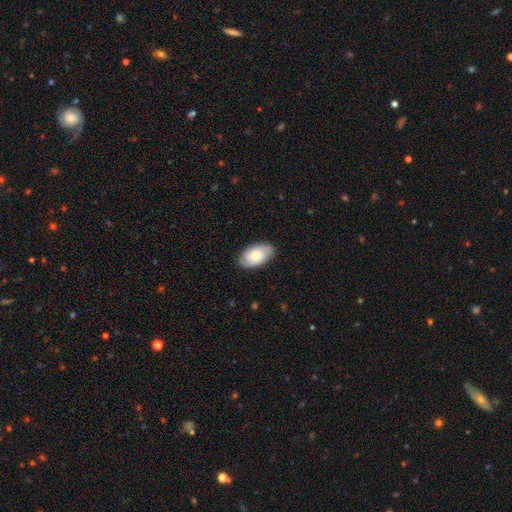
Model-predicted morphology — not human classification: This appears to be a smooth galaxy with no disk features (59%) that is in between round and cigar-shaped (94%). Merging: none (84%).